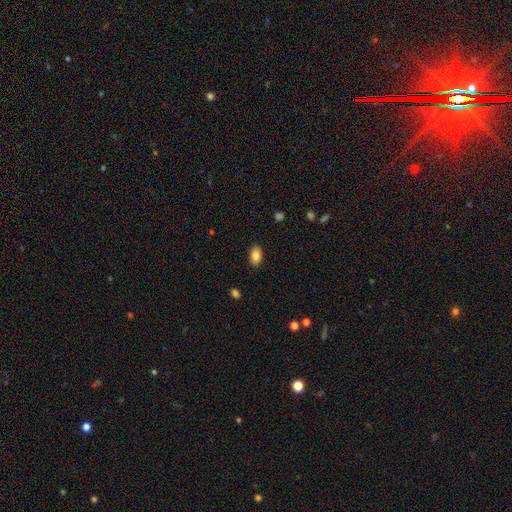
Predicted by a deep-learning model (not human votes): Smooth or featured?
  - smooth: 86% *
  - star or artifact: 8%
  - featured or disk: 7%
How rounded?
  - in between: 93% *
  - round: 5%
  - cigar-shaped: 3%
Merging?
  - none: 88% *
  - minor disturbance: 9%
  - major disturbance: 2%
  - merger: 1%